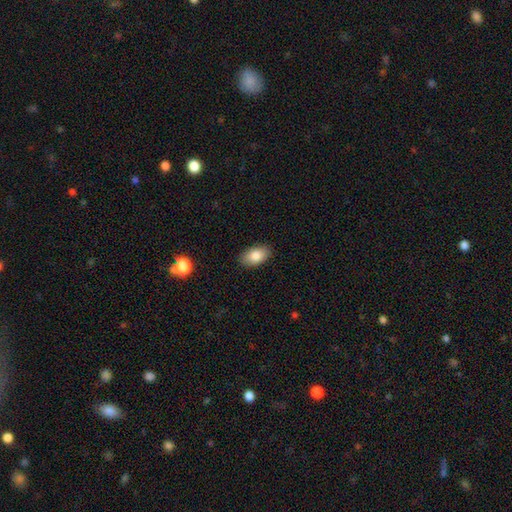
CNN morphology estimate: Smooth or featured: smooth — 85% (featured or disk — 8%)
How rounded: in between — 93% (round — 6%)
Merging: none — 88% (minor disturbance — 9%)